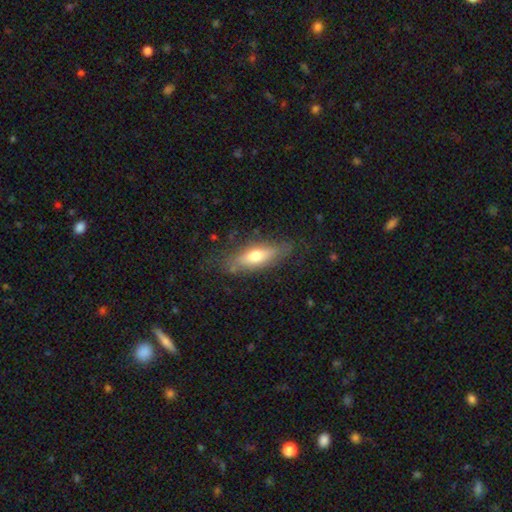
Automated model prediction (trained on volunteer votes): smooth_or_featured: smooth (p=0.60) [alt: featured or disk p=0.33]
how_rounded: in between (p=0.59) [alt: cigar-shaped p=0.38]
merging: none (p=0.74) [alt: minor disturbance p=0.18]